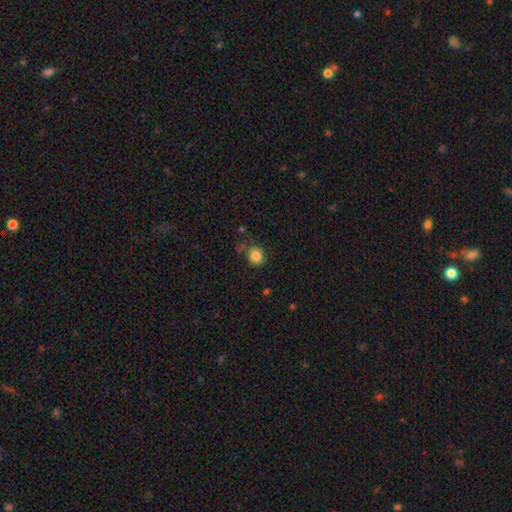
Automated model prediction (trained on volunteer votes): Overall: smooth (84%). How rounded: round (75%). Merging: none (67%).